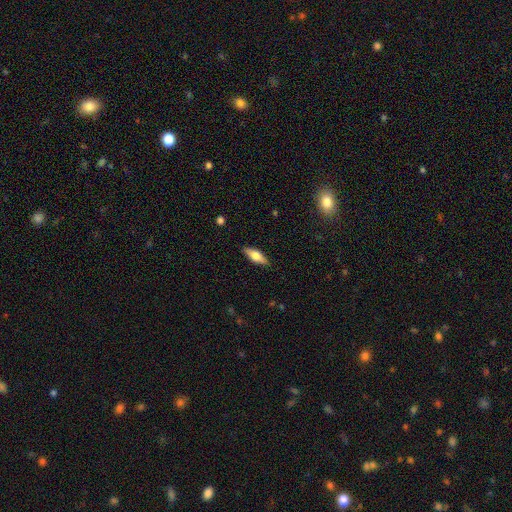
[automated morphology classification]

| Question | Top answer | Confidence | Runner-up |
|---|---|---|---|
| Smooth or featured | smooth | 57% | featured or disk (37%) |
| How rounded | in between | 61% | cigar-shaped (37%) |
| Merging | none | 87% | minor disturbance (10%) |